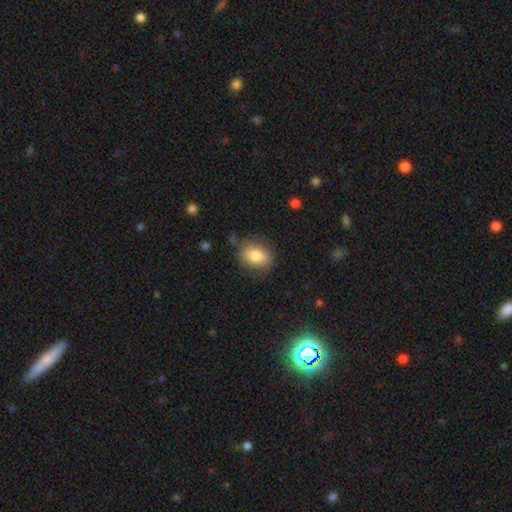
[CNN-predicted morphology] The model was most divided on "how rounded": in between: 58%, round: 40%, cigar-shaped: 1%. More confident: smooth or featured — smooth (79%); merging — none (79%).